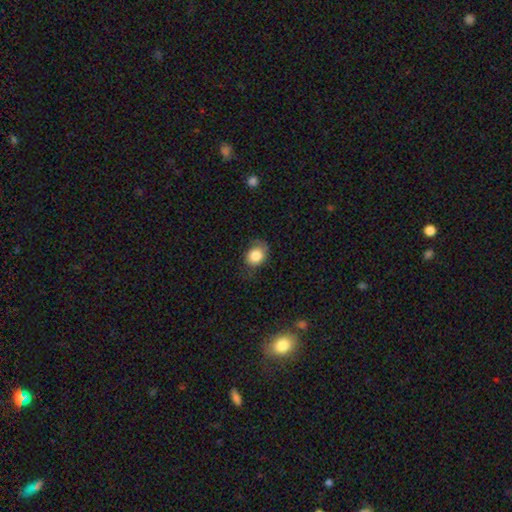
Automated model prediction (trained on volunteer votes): The model was most divided on "how rounded": round: 54%, in between: 45%, cigar-shaped: 1%. More confident: smooth or featured — smooth (81%); merging — none (59%).